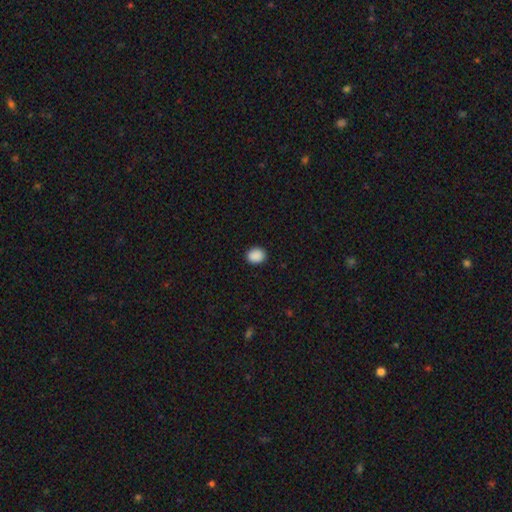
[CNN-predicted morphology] Q: Smooth or featured?
A: smooth (90%); runner-up: star or artifact (8%)
Q: How rounded?
A: round (62%); runner-up: in between (37%)
Q: Merging?
A: none (91%); runner-up: minor disturbance (6%)